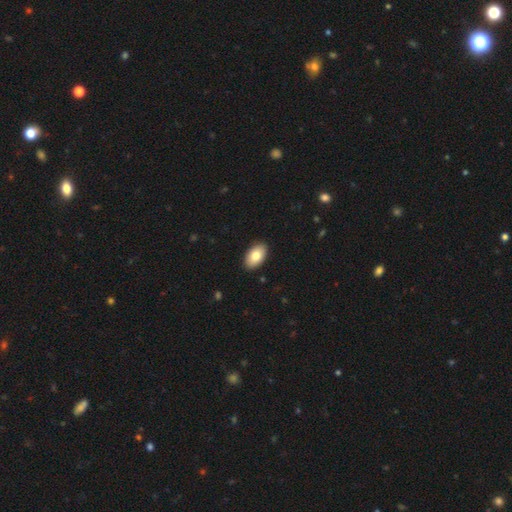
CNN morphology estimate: Smooth or featured: smooth — 81% (featured or disk — 13%)
How rounded: in between — 95% (round — 4%)
Merging: none — 90% (minor disturbance — 7%)